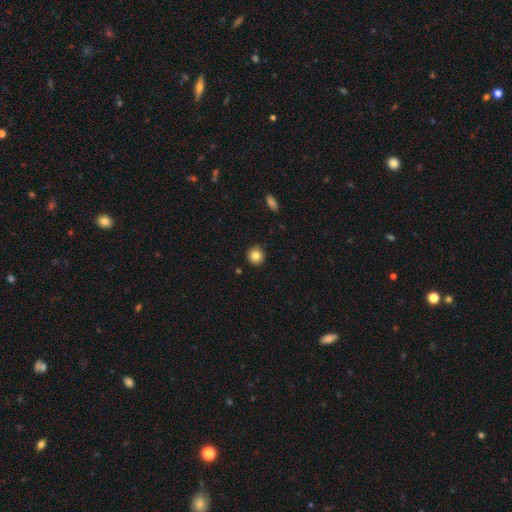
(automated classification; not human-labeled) Morphology: type=smooth (83%); roundness=round (93%); merging=none (89%).